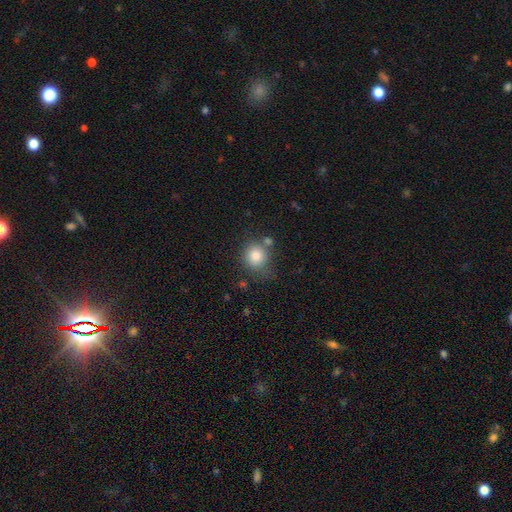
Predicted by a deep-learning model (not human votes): smooth 83%, star or artifact 10%, featured or disk 7%. Down the decision tree: how rounded — round (83%); merging — none (66%).